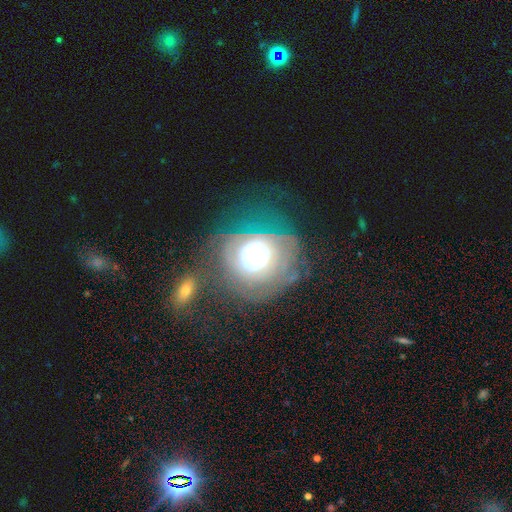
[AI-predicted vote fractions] Morphology: type=featured or disk (49%); merging=none (42%).